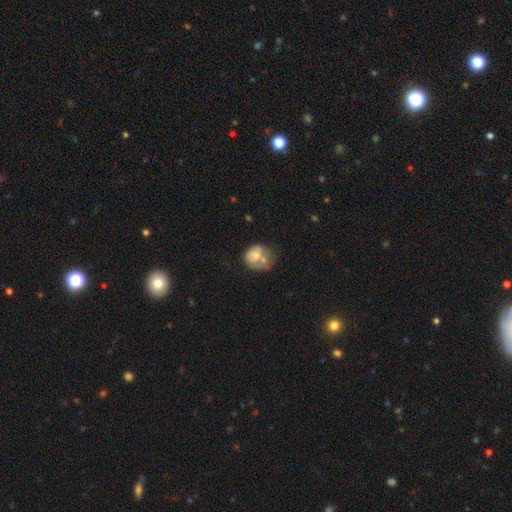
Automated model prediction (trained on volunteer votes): Smooth or featured: smooth — 56% (featured or disk — 36%)
How rounded: round — 57% (in between — 42%)
Merging: merger — 27% (none — 26%)